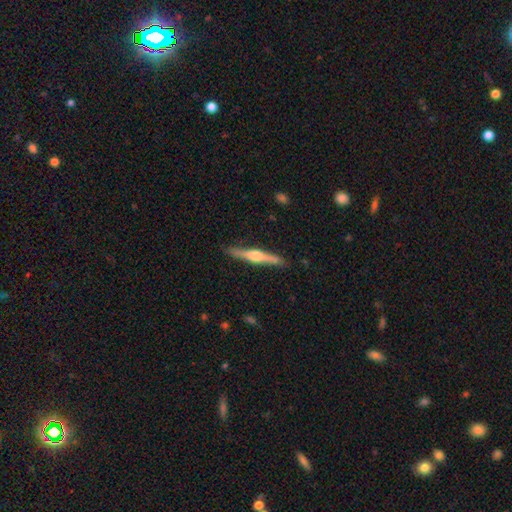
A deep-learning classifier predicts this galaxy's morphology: featured or disk 74%, smooth 21%, star or artifact 5%. Down the decision tree: edge-on disk — yes (98%); edge-on bulge — rounded (90%); merging — none (89%).